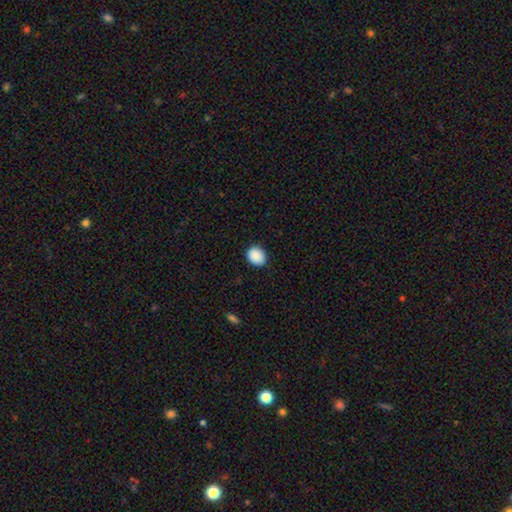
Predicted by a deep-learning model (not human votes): The model was most divided on "how rounded": round: 63%, in between: 36%, cigar-shaped: 1%. More confident: smooth or featured — smooth (89%); merging — none (89%).